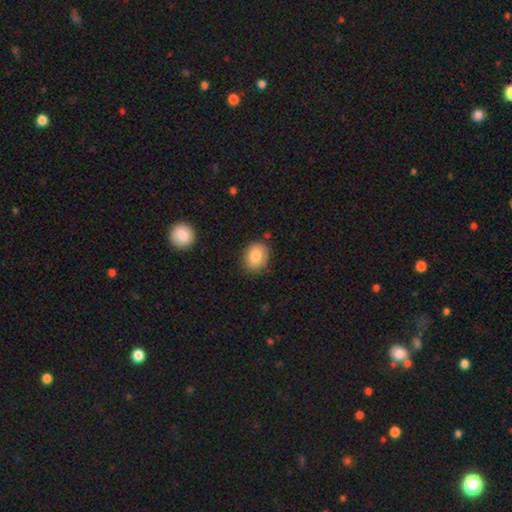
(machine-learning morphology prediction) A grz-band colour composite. It shows a smooth galaxy with no disk features (84%) that is in between round and cigar-shaped (54%). Merging: none (79%).